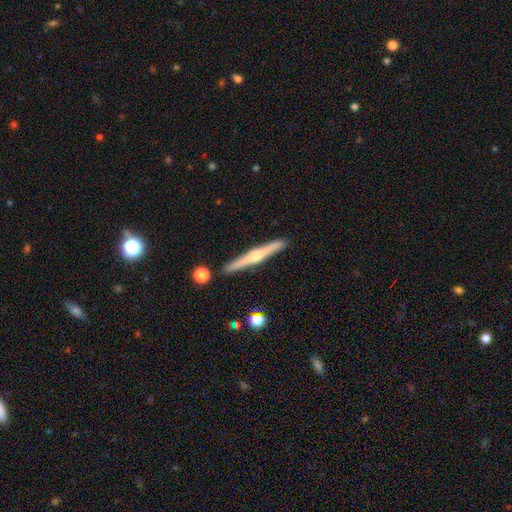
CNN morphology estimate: Smooth or featured?
  - featured or disk: 72% *
  - smooth: 22%
  - star or artifact: 6%
Edge-on disk?
  - yes: 98% *
  - no: 2%
Edge-on bulge?
  - rounded: 86% *
  - none: 9%
  - boxy: 4%
Merging?
  - none: 89% *
  - minor disturbance: 7%
  - merger: 3%
  - major disturbance: 1%